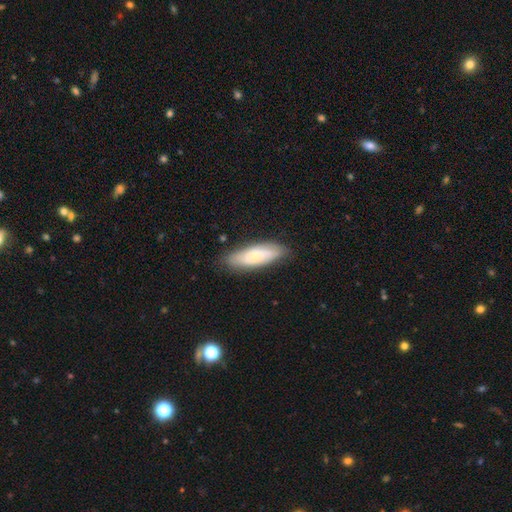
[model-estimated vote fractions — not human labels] This appears to be a smooth galaxy with no disk features (58%) that is in between round and cigar-shaped (66%). Merging: none (80%).